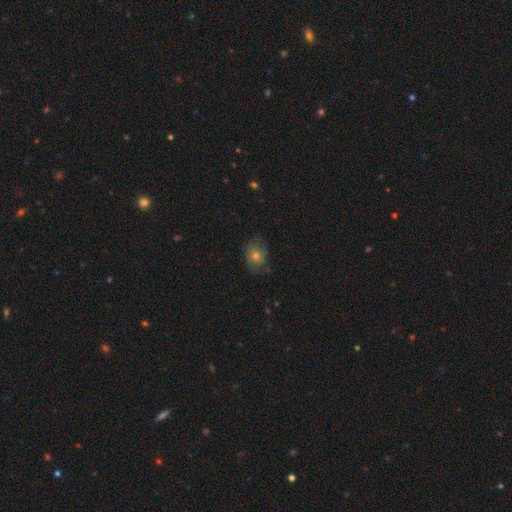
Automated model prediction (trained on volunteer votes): smooth 59%, featured or disk 23%, star or artifact 18%. Down the decision tree: how rounded — round (51%); merging — none (68%).